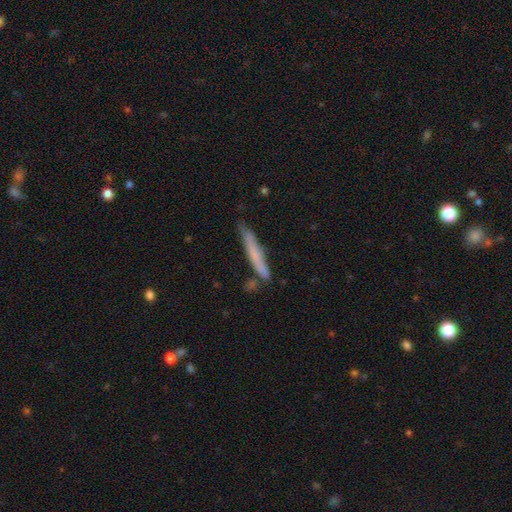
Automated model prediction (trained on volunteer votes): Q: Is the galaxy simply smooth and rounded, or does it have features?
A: smooth — 62%.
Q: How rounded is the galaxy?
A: cigar-shaped — 95%.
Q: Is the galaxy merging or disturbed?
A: none — 74%.